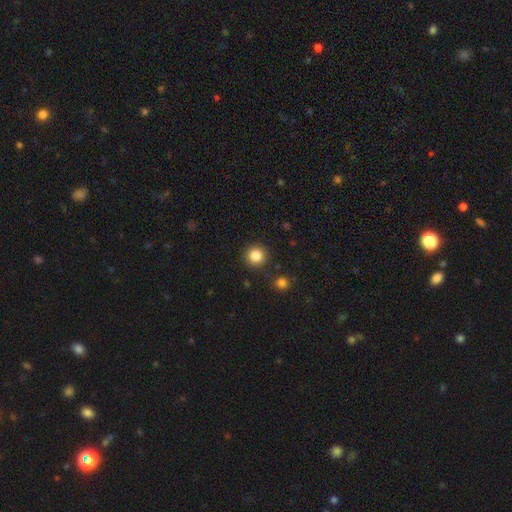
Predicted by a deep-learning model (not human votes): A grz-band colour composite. It shows a smooth galaxy with no disk features (84%) that is round (94%). Merging: none (90%).